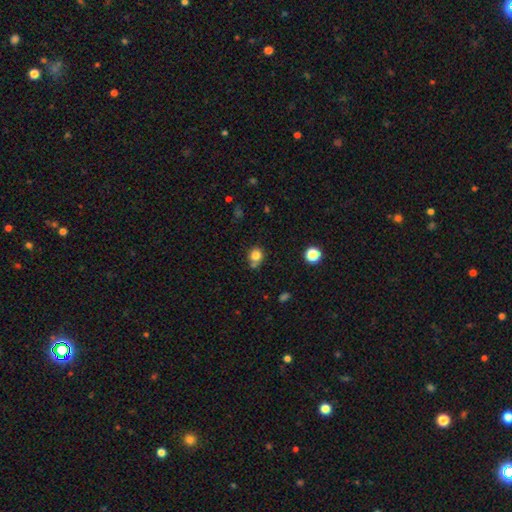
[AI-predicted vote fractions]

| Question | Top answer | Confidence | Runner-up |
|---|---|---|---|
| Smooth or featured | smooth | 81% | star or artifact (12%) |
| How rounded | round | 80% | in between (19%) |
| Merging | none | 62% | minor disturbance (20%) |